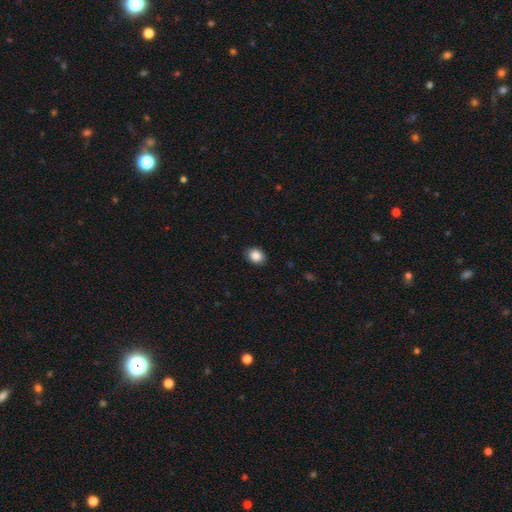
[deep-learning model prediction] The model was most divided on "how rounded": in between: 60%, round: 39%, cigar-shaped: 1%. More confident: merging — none (89%); smooth or featured — smooth (87%).